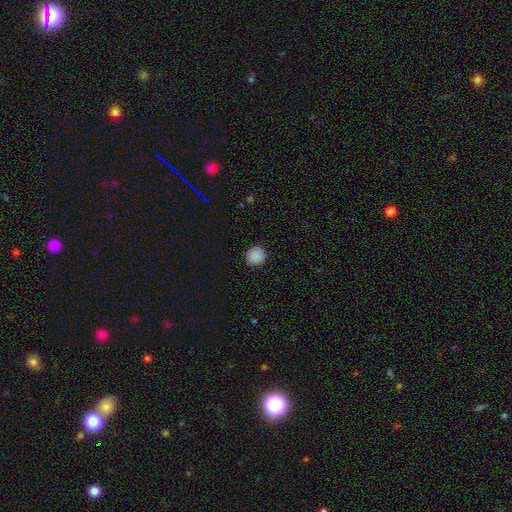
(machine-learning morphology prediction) smooth_or_featured: smooth (p=0.88) [alt: star or artifact p=0.09]
how_rounded: round (p=0.91) [alt: in between p=0.08]
merging: none (p=0.90) [alt: minor disturbance p=0.07]